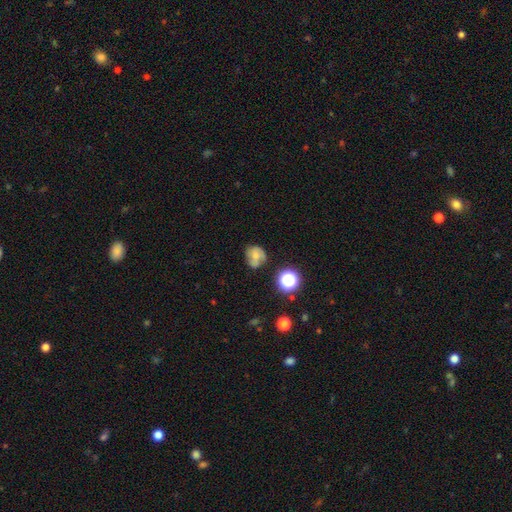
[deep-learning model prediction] Q: Smooth or featured?
A: smooth (56%); runner-up: featured or disk (30%)
Q: How rounded?
A: round (69%); runner-up: in between (30%)
Q: Merging?
A: none (53%); runner-up: minor disturbance (26%)